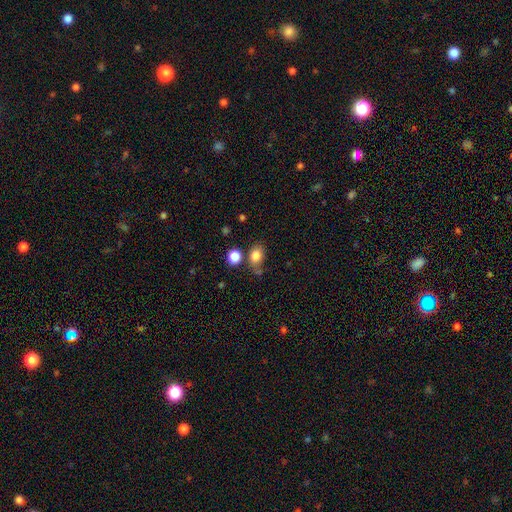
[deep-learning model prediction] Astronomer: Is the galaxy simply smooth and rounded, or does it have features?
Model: smooth — 82%.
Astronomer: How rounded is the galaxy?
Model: in between — 64%.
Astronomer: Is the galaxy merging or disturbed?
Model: none — 62%.